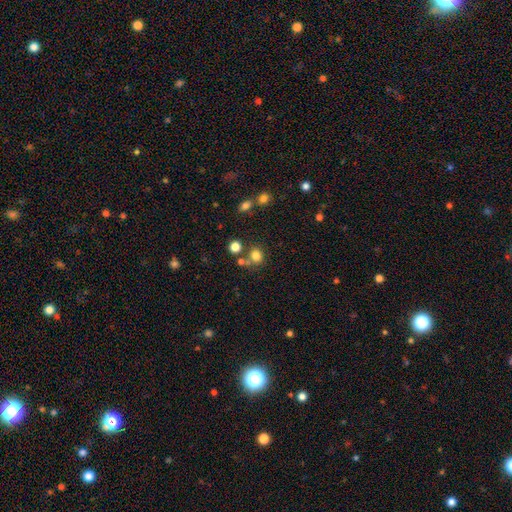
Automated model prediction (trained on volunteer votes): A smooth galaxy with no disk features (78%) that is round (74%). Merging: none (64%).